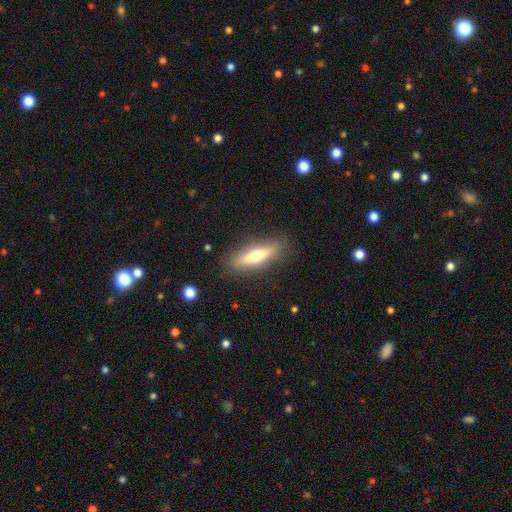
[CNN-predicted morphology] Q: Smooth or featured?
A: smooth (57%); runner-up: featured or disk (37%)
Q: How rounded?
A: cigar-shaped (71%); runner-up: in between (27%)
Q: Merging?
A: none (86%); runner-up: minor disturbance (10%)